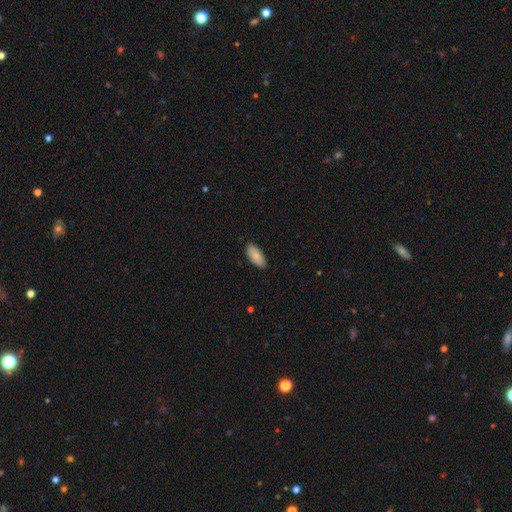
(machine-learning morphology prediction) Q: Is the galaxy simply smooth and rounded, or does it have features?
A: smooth — 84%.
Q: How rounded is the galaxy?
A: in between — 89%.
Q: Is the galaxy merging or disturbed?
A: none — 87%.